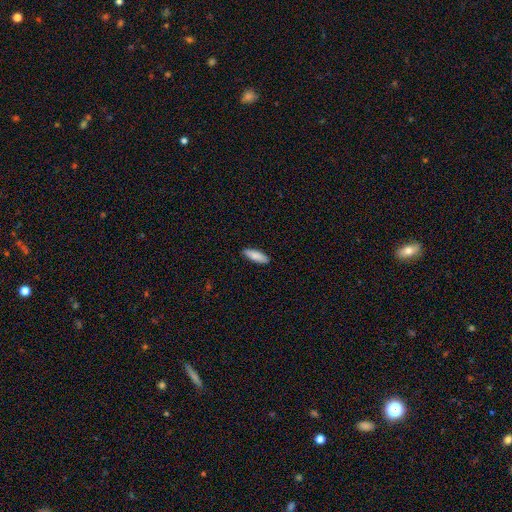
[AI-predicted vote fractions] smooth-or-featured: smooth: 85% | featured or disk: 10% | star or artifact: 6%
  how-rounded: in between: 53% | cigar-shaped: 45% | round: 2%
  merging: none: 88% | minor disturbance: 9% | major disturbance: 2% | merger: 1%